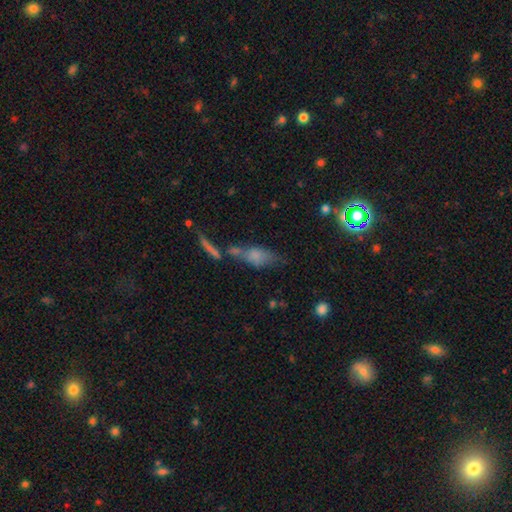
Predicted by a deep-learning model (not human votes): Smooth or featured?
  - smooth: 64% *
  - featured or disk: 25%
  - star or artifact: 11%
How rounded?
  - in between: 66% *
  - cigar-shaped: 28%
  - round: 6%
Merging?
  - merger: 44% *
  - none: 27%
  - minor disturbance: 16%
  - major disturbance: 14%